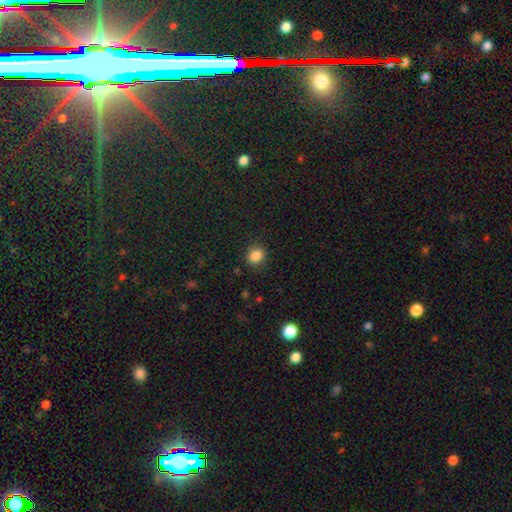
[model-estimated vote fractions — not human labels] Smooth or featured: smooth — 86% (star or artifact — 11%)
How rounded: round — 62% (in between — 37%)
Merging: none — 87% (minor disturbance — 9%)